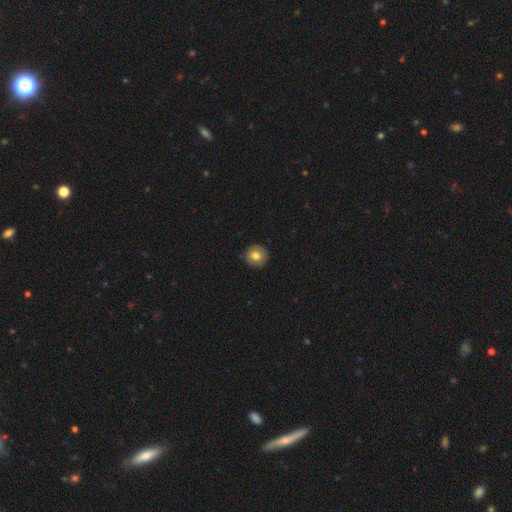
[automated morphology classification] A smooth galaxy with no disk features (79%) that is round (93%).

Vote fractions:
- Smooth or featured? smooth: 79% / featured or disk: 13% / star or artifact: 9%
- How rounded? round: 93% / in between: 6% / cigar-shaped: 1%
- Merging? none: 89% / minor disturbance: 9% / major disturbance: 2% / merger: 1%